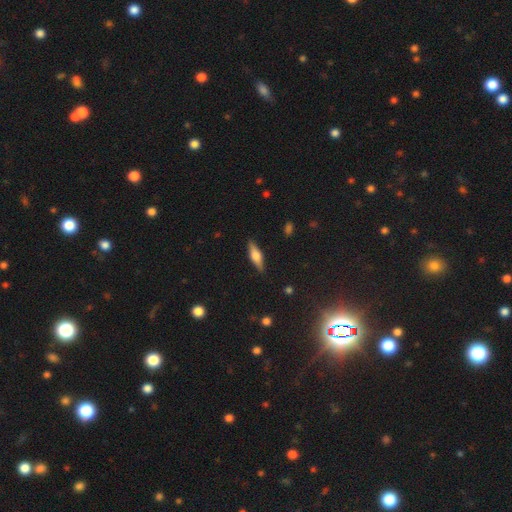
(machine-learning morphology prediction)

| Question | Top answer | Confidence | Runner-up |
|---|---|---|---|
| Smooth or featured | featured or disk | 52% | smooth (41%) |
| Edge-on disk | yes | 94% | no (6%) |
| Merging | none | 87% | minor disturbance (9%) |